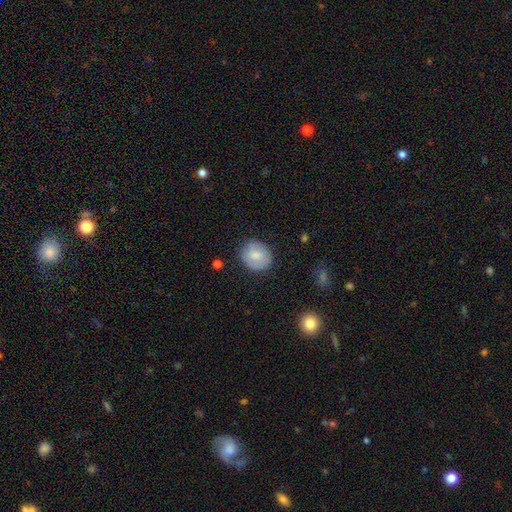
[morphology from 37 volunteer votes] A smooth galaxy with no disk features (84%) that is round (74%).

Vote fractions:
- Smooth or featured? smooth: 84% / featured or disk: 14% / star or artifact: 3%
- How rounded? round: 74% / in between: 26% / cigar-shaped: 0%
- Merging? none: 94% / minor disturbance: 6% / major disturbance: 0% / merger: 0%